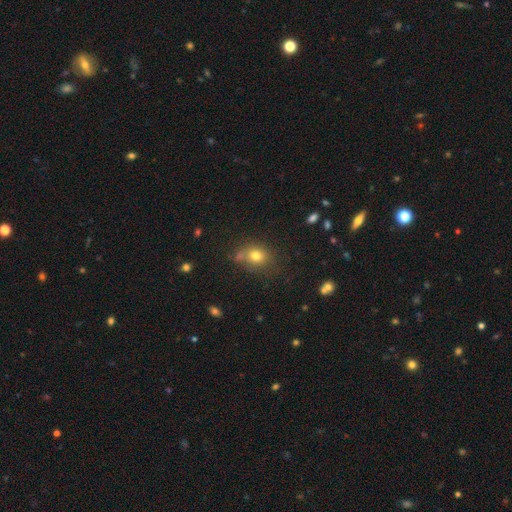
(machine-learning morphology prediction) A smooth galaxy with no disk features (76%) that is round (56%). Merging: none (62%).